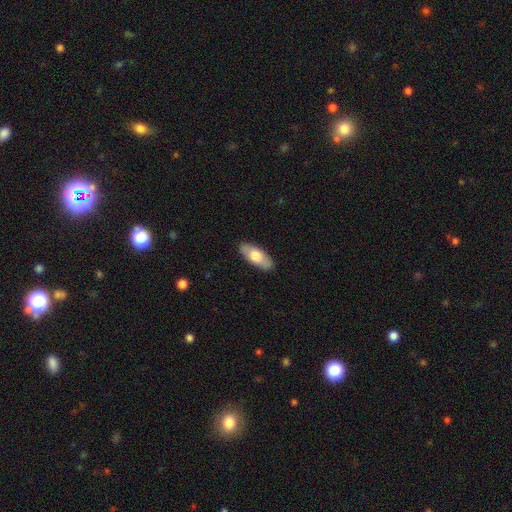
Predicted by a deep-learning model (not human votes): Q: Smooth or featured?
A: smooth (66%); runner-up: featured or disk (29%)
Q: How rounded?
A: in between (83%); runner-up: cigar-shaped (15%)
Q: Merging?
A: none (86%); runner-up: minor disturbance (10%)